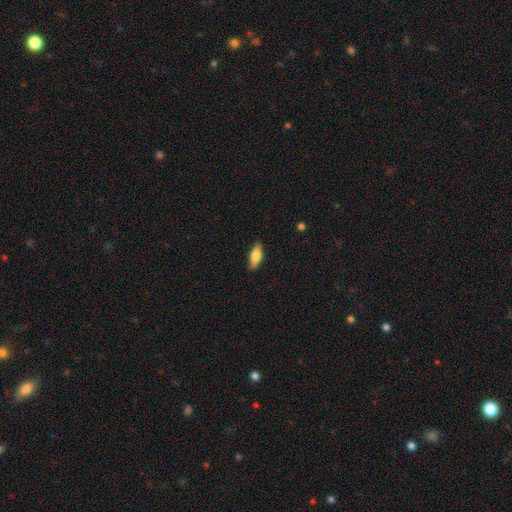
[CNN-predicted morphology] Smooth or featured?
  - smooth: 71% *
  - featured or disk: 23%
  - star or artifact: 6%
How rounded?
  - in between: 70% *
  - cigar-shaped: 27%
  - round: 3%
Merging?
  - none: 84% *
  - minor disturbance: 13%
  - major disturbance: 2%
  - merger: 1%